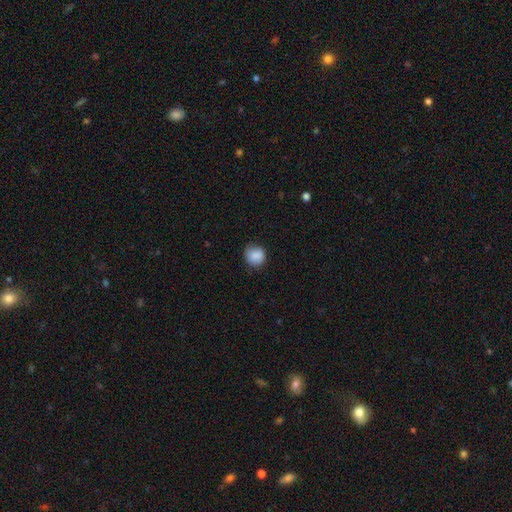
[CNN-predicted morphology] Smooth or featured? Predicted: smooth (p=0.87). How rounded? Predicted: round (p=0.85). Merging? Predicted: none (p=0.79).